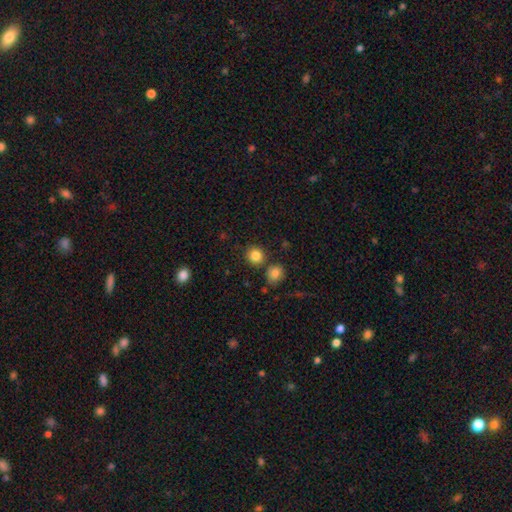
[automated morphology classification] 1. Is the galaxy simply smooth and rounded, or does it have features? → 84% smooth, 11% star or artifact, 5% featured or disk.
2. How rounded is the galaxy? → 90% round, 9% in between, 1% cigar-shaped.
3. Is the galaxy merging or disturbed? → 78% none, 12% merger, 8% minor disturbance, 3% major disturbance.